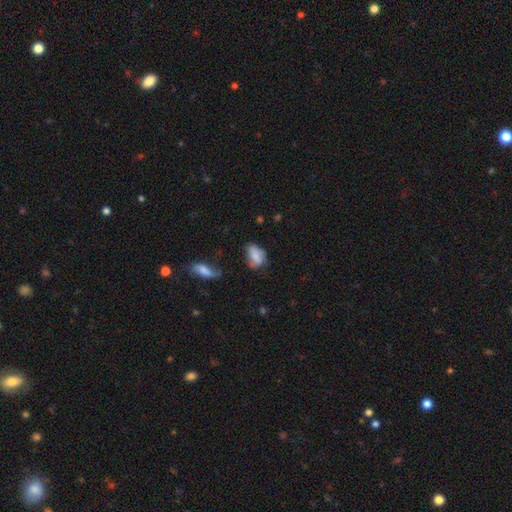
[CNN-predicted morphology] Overall: smooth (71%). How rounded: in between (83%). Merging: none (43%; minor disturbance 35%).